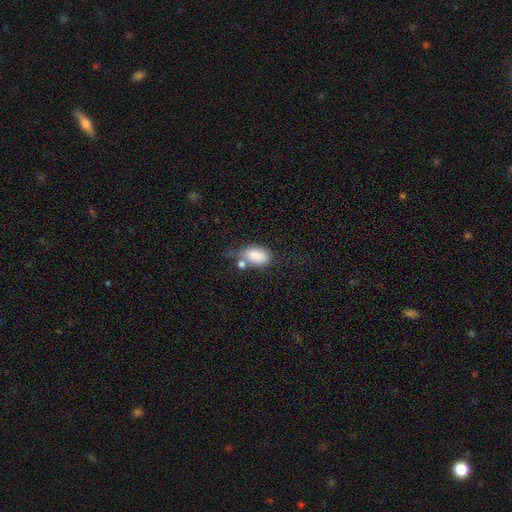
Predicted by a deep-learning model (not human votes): Overall: smooth (83%). How rounded: in between (90%). Merging: none (35%; merger 27%).